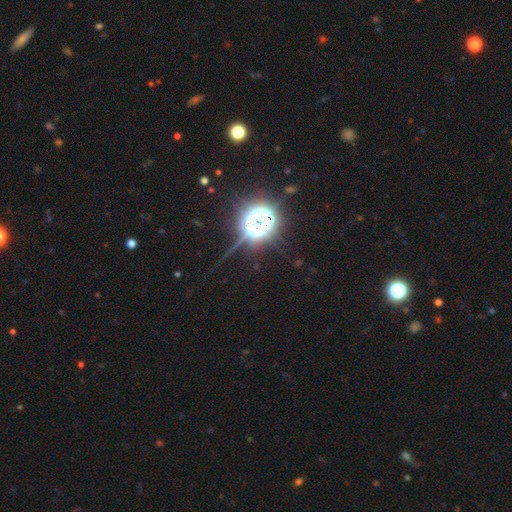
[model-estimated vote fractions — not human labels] Smooth or featured?
  - star or artifact: 85% *
  - smooth: 9%
  - featured or disk: 6%